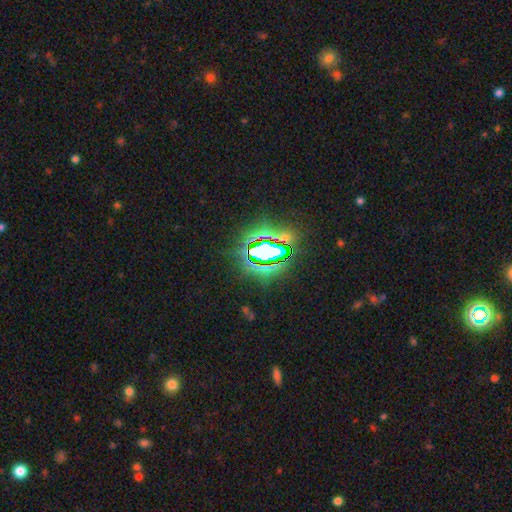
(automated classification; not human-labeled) This is likely a star or artifact rather than a galaxy (80%).